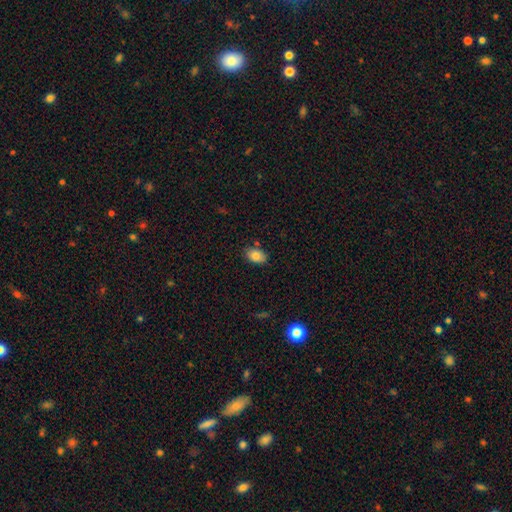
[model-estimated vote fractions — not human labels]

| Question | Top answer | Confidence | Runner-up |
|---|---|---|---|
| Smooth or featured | smooth | 83% | featured or disk (9%) |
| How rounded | in between | 87% | round (12%) |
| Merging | none | 80% | minor disturbance (14%) |